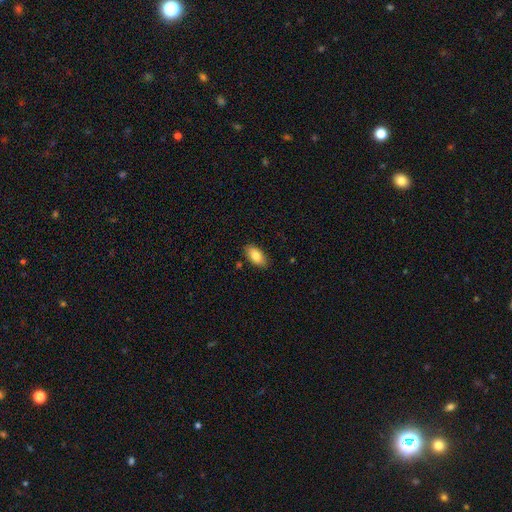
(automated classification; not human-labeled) Smooth or featured? Predicted: smooth (p=0.83). How rounded? Predicted: in between (p=0.93). Merging? Predicted: none (p=0.86).